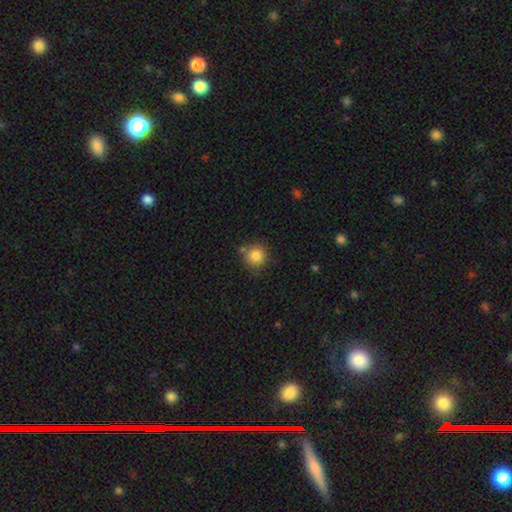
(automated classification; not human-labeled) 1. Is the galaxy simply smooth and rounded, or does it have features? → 84% smooth, 10% star or artifact, 6% featured or disk.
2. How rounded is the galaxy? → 93% round, 6% in between, 1% cigar-shaped.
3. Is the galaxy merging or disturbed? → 78% none, 12% minor disturbance, 7% merger, 3% major disturbance.